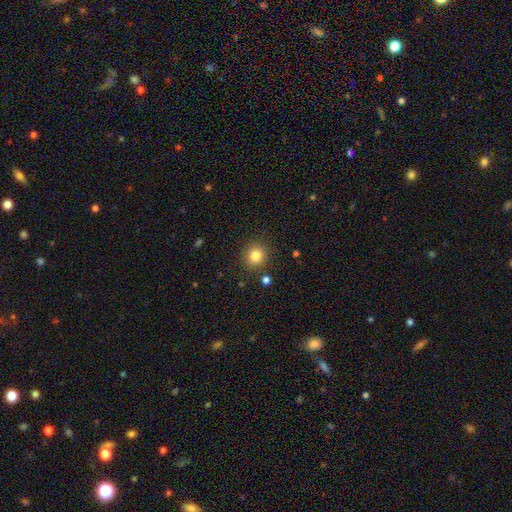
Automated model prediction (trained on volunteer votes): Smooth or featured?
  - smooth: 82% *
  - star or artifact: 12%
  - featured or disk: 6%
How rounded?
  - round: 90% *
  - in between: 9%
  - cigar-shaped: 1%
Merging?
  - none: 88% *
  - minor disturbance: 7%
  - major disturbance: 2%
  - merger: 2%